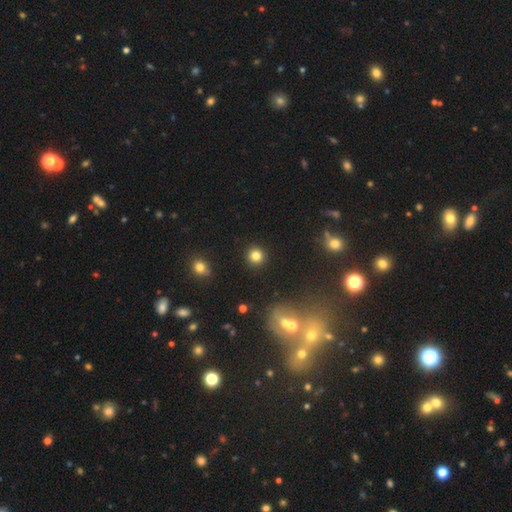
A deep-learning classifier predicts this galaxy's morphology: The model was most divided on "smooth or featured": smooth: 81%, star or artifact: 14%, featured or disk: 5%. More confident: how rounded — round (94%); merging — none (92%).